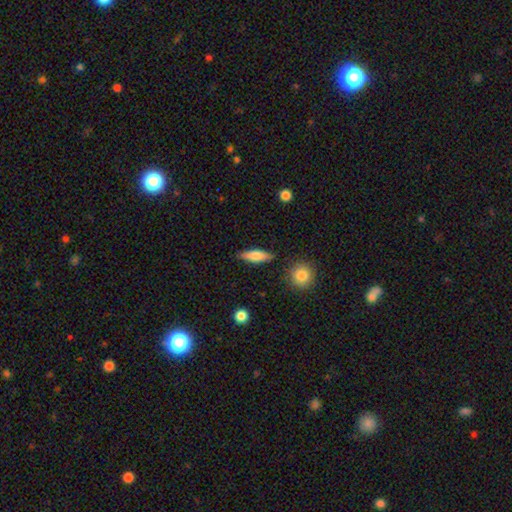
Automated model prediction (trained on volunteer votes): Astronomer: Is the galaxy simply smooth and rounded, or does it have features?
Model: smooth — 68%.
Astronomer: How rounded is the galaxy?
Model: in between — 49% (runner-up: cigar-shaped, 48%).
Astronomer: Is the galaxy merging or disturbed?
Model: none — 84%.